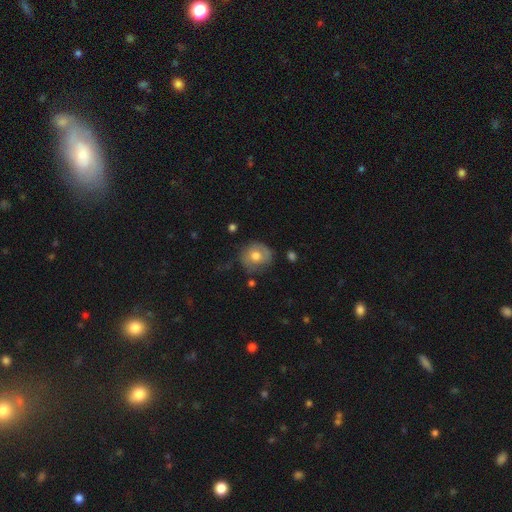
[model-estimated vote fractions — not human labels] Smooth or featured: smooth — 62% (featured or disk — 31%)
How rounded: round — 81% (in between — 18%)
Merging: none — 69% (minor disturbance — 22%)